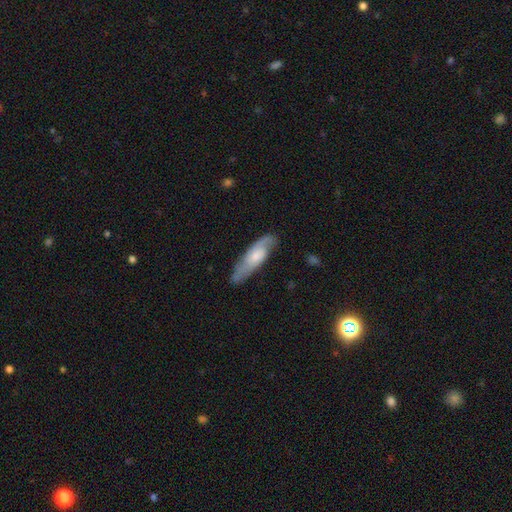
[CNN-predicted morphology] smooth-or-featured: featured or disk: 62% | smooth: 32% | star or artifact: 5%
  disk-edge-on: no: 76% | yes: 24%
  merging: none: 72% | minor disturbance: 20% | major disturbance: 6% | merger: 2%